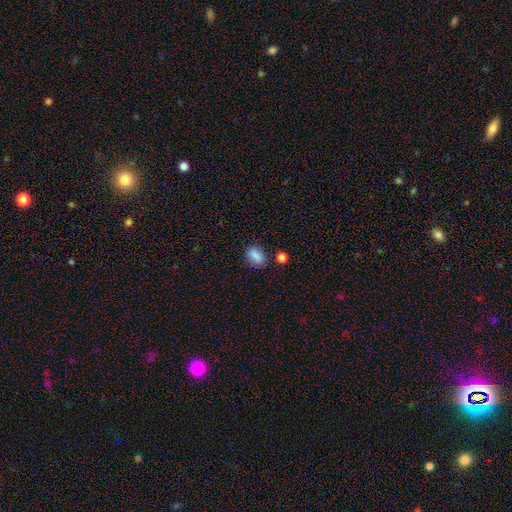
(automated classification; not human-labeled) Smooth or featured? Predicted: smooth (p=0.84). How rounded? Predicted: in between (p=0.73). Merging? Predicted: none (p=0.73).